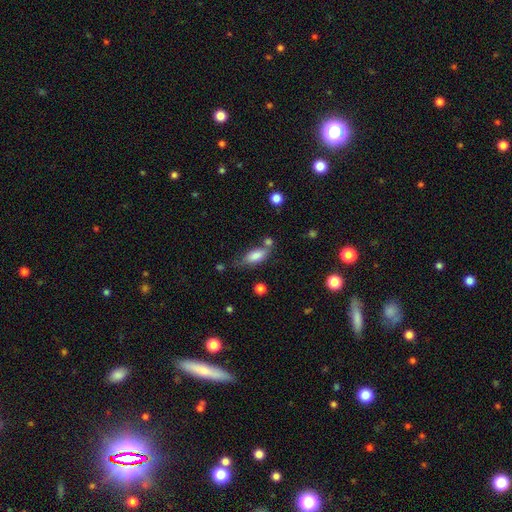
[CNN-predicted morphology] Smooth or featured: smooth — 79% (featured or disk — 14%)
How rounded: in between — 81% (cigar-shaped — 16%)
Merging: none — 52% (minor disturbance — 23%)